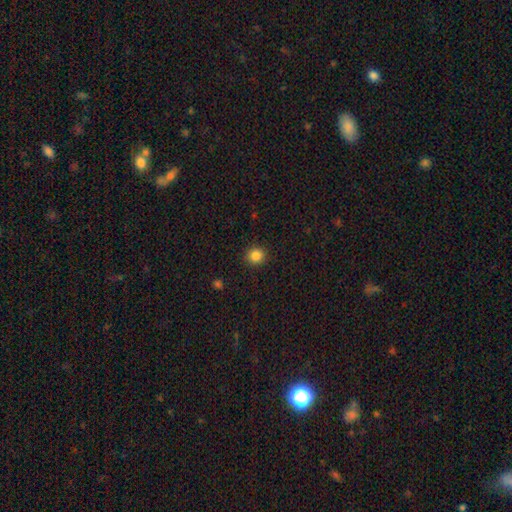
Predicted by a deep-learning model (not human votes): The model was most divided on "smooth or featured": smooth: 85%, star or artifact: 11%, featured or disk: 4%. More confident: merging — none (91%); how rounded — round (90%).